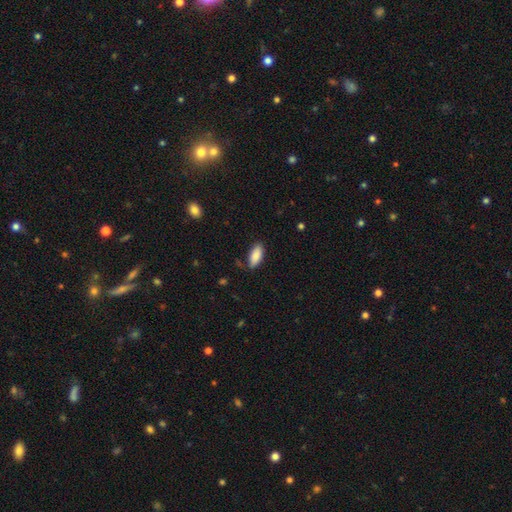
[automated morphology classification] This is clearly a smooth galaxy (87%). How rounded: clearly in between (84%). Merging: likely none (80%).